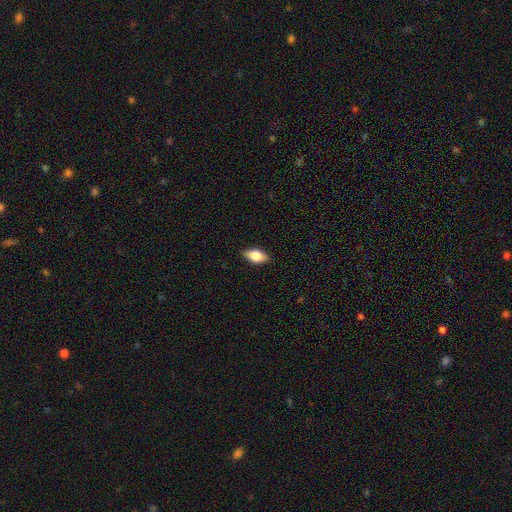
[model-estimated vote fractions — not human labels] This appears to be a smooth galaxy with no disk features (76%) that is in between round and cigar-shaped (88%). Merging: none (85%).